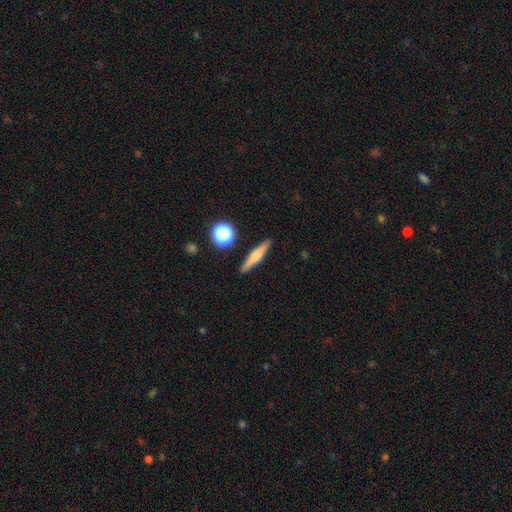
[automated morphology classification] Smooth or featured? featured or disk (48%)
Merging? none (90%)